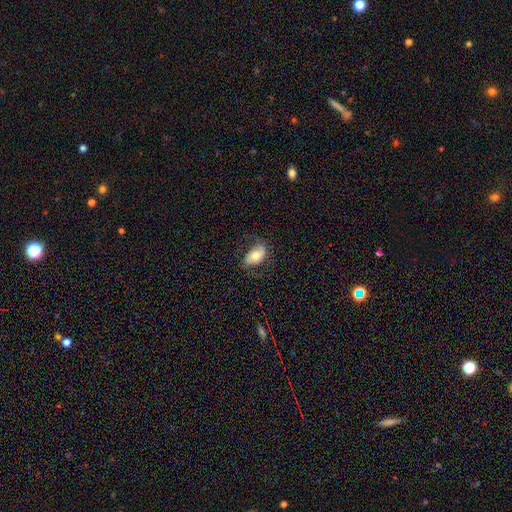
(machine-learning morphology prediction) smooth 53%, featured or disk 39%, star or artifact 8%. Down the decision tree: how rounded — in between (89%); merging — none (67%).